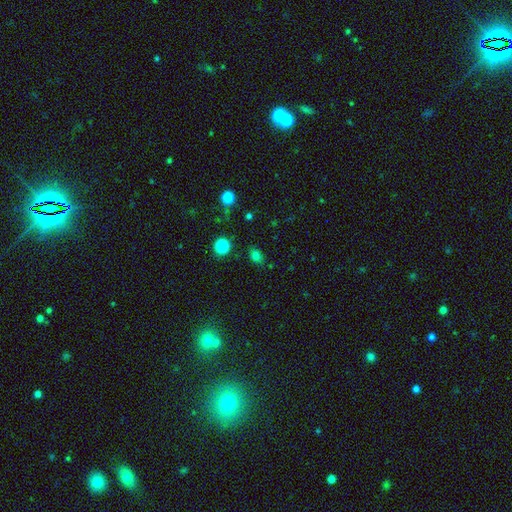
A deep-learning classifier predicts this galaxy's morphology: This is likely a smooth galaxy (78%). How rounded: possibly in between (59%). Merging: clearly none (81%).